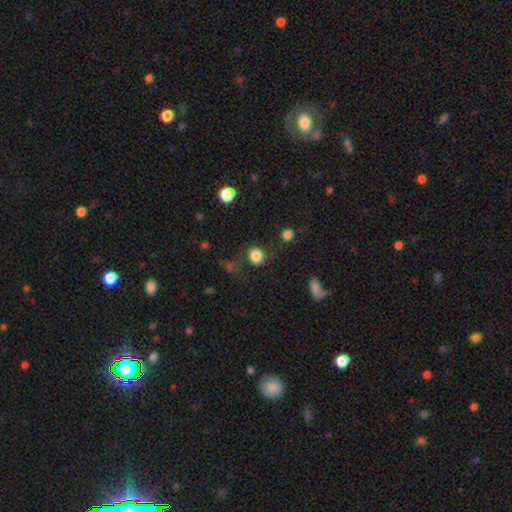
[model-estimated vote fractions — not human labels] Smooth or featured? Predicted: smooth (p=0.83). How rounded? Predicted: round (p=0.85). Merging? Predicted: none (p=0.77).